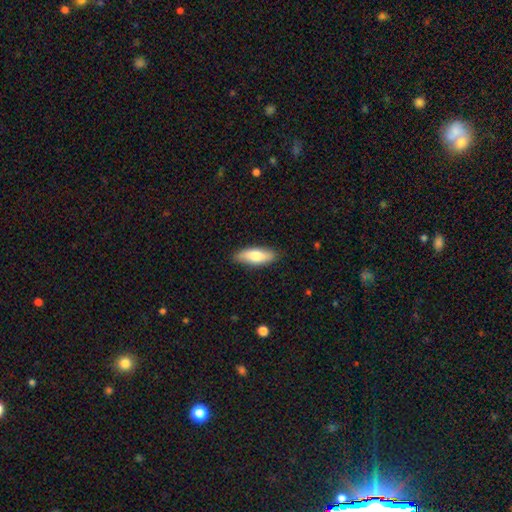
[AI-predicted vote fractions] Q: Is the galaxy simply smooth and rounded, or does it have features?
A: smooth — 72%.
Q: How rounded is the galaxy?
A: in between — 60%.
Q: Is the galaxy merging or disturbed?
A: none — 86%.